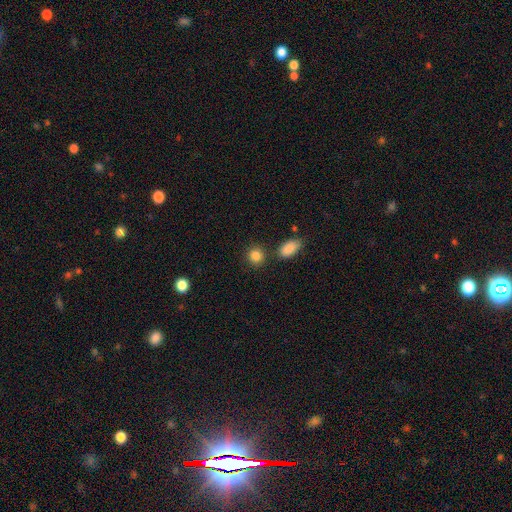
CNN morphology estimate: A smooth galaxy with no disk features (86%) that is round (80%). Merging: none (79%).